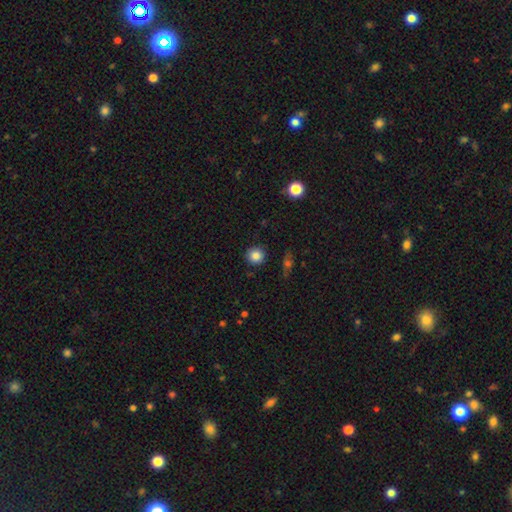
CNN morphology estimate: smooth 84%, star or artifact 10%, featured or disk 6%. Down the decision tree: how rounded — round (94%); merging — none (90%).